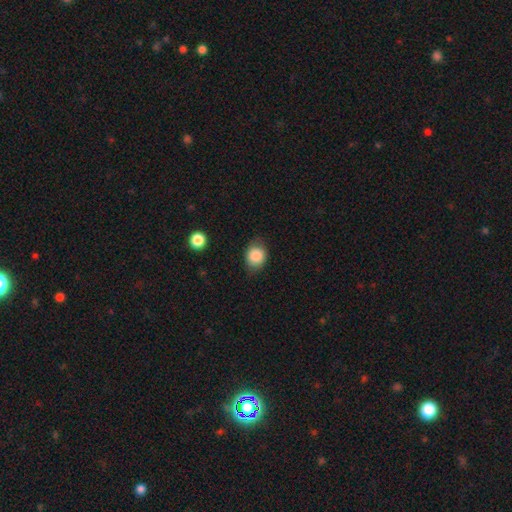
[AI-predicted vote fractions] smooth_or_featured: smooth (p=0.85) [alt: star or artifact p=0.08]
how_rounded: round (p=0.59) [alt: in between p=0.40]
merging: none (p=0.74) [alt: minor disturbance p=0.20]